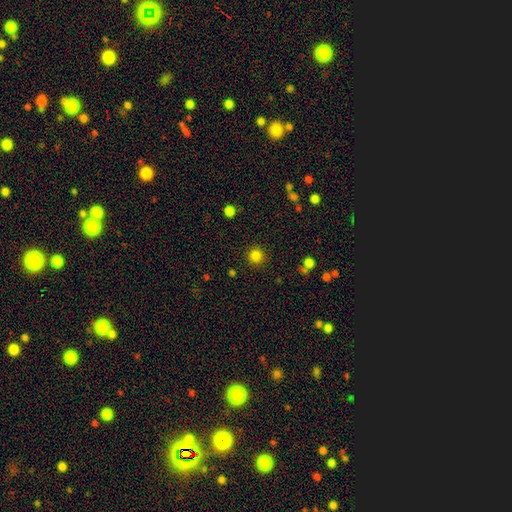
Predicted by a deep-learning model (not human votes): Smooth or featured? Predicted: smooth (p=0.83). How rounded? Predicted: round (p=0.95). Merging? Predicted: none (p=0.90).